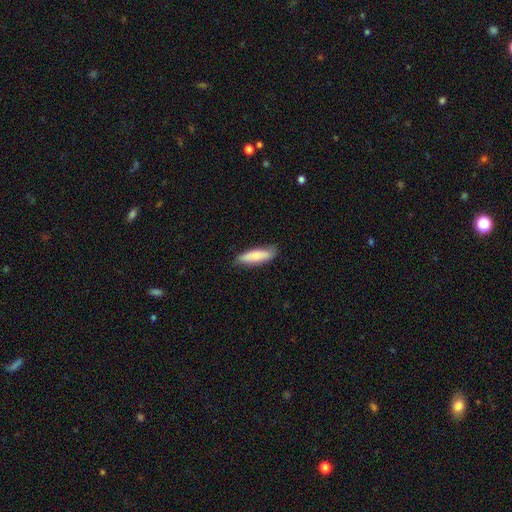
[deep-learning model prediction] smooth_or_featured: smooth (p=0.75) [alt: featured or disk p=0.20]
how_rounded: cigar-shaped (p=0.57) [alt: in between p=0.41]
merging: none (p=0.79) [alt: minor disturbance p=0.17]